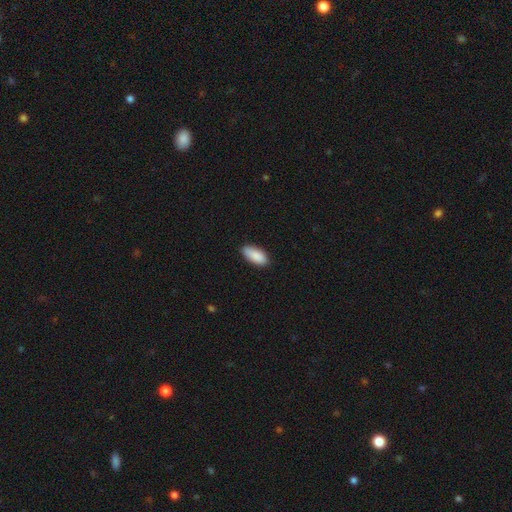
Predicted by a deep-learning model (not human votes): Smooth or featured? Predicted: smooth (p=0.90). How rounded? Predicted: in between (p=0.89). Merging? Predicted: none (p=0.85).